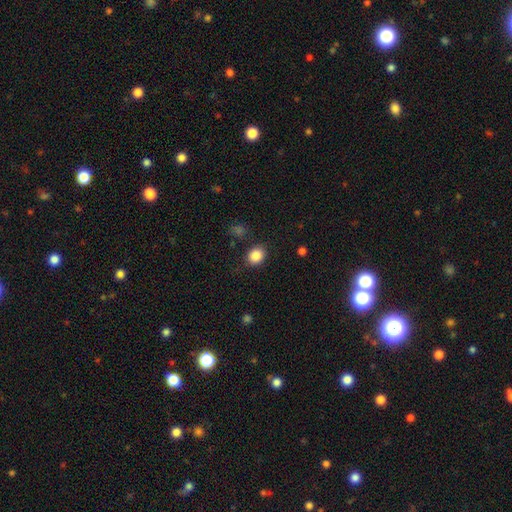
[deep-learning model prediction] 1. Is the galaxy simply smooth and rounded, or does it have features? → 86% smooth, 10% star or artifact, 4% featured or disk.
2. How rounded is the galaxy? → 61% round, 39% in between, 1% cigar-shaped.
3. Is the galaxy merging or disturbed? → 85% none, 10% minor disturbance, 3% major disturbance, 2% merger.